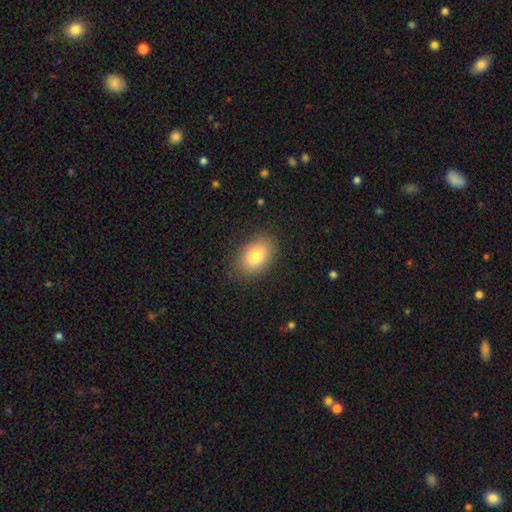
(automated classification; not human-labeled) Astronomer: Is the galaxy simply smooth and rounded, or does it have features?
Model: smooth — 82%.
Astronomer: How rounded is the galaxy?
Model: in between — 85%.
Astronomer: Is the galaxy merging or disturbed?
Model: none — 86%.